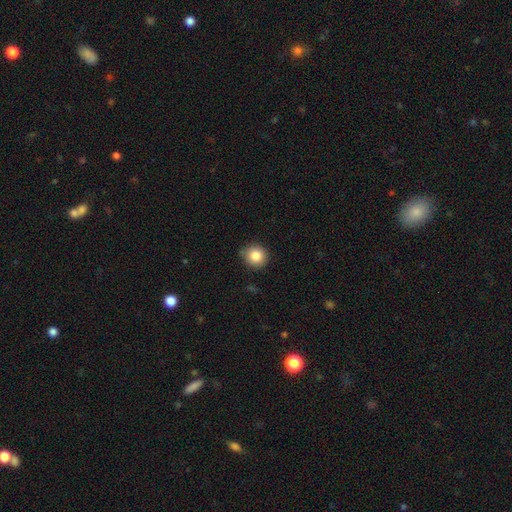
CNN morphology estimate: Smooth or featured? Predicted: smooth (p=0.84). How rounded? Predicted: round (p=0.93). Merging? Predicted: none (p=0.84).